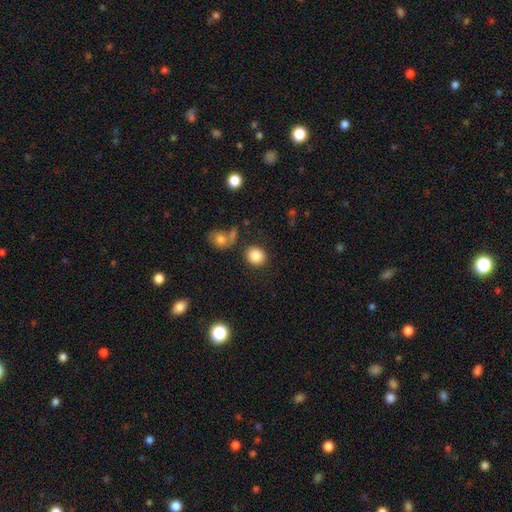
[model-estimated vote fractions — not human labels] Smooth or featured?
  - smooth: 85% *
  - star or artifact: 9%
  - featured or disk: 6%
How rounded?
  - round: 80% *
  - in between: 19%
  - cigar-shaped: 1%
Merging?
  - none: 80% *
  - minor disturbance: 9%
  - merger: 7%
  - major disturbance: 4%